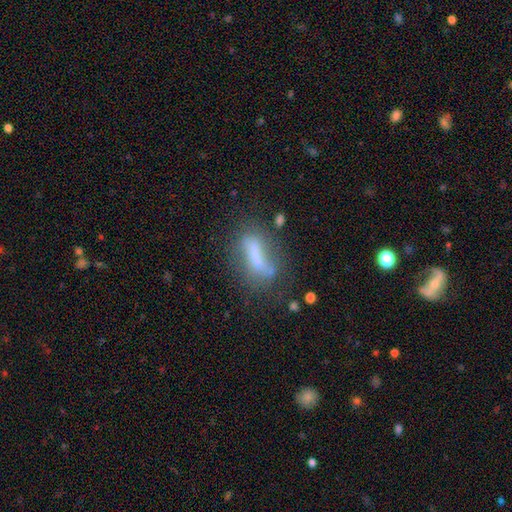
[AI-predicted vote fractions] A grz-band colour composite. It shows a smooth galaxy with no disk features (52%) that is in between round and cigar-shaped (51%). Merging: none (42%).